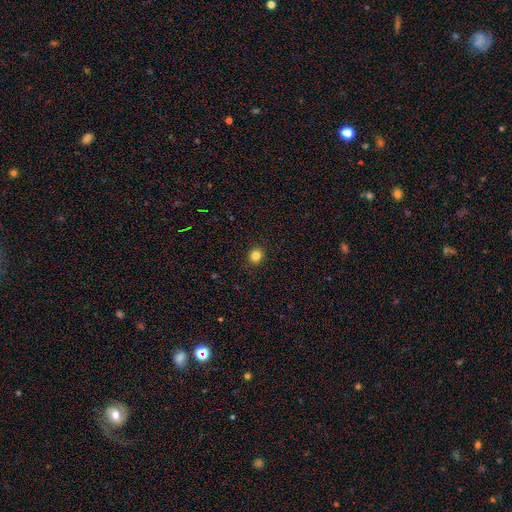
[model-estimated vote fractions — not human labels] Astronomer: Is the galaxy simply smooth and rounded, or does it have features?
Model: smooth — 84%.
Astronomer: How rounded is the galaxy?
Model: round — 88%.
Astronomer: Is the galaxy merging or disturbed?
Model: none — 92%.